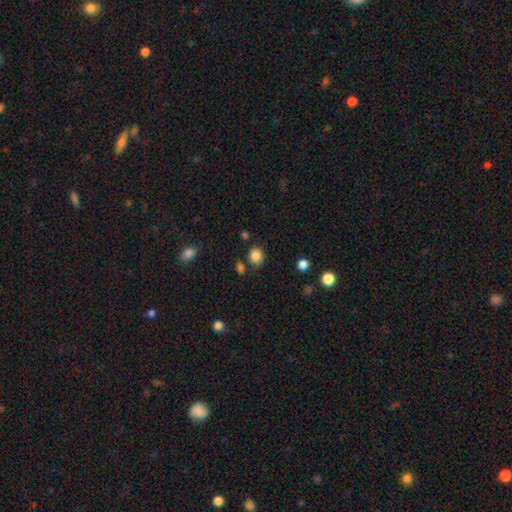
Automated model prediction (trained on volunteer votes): Smooth or featured? smooth (85%)
How rounded? round (59%)
Merging? none (78%)